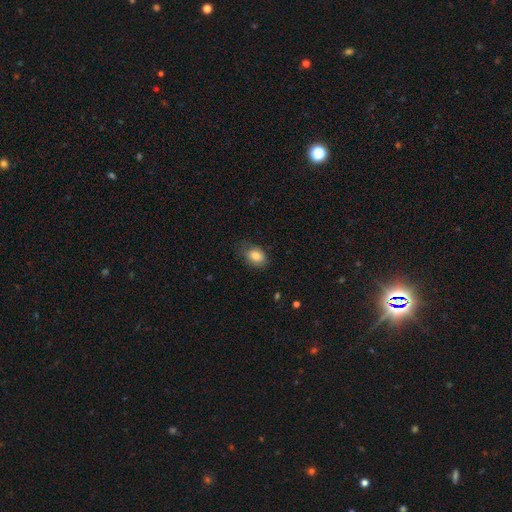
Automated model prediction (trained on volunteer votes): A smooth galaxy with no disk features (84%) that is in between round and cigar-shaped (76%).

Vote fractions:
- Smooth or featured? smooth: 84% / featured or disk: 8% / star or artifact: 8%
- How rounded? in between: 76% / round: 23% / cigar-shaped: 1%
- Merging? none: 66% / minor disturbance: 25% / major disturbance: 7% / merger: 1%